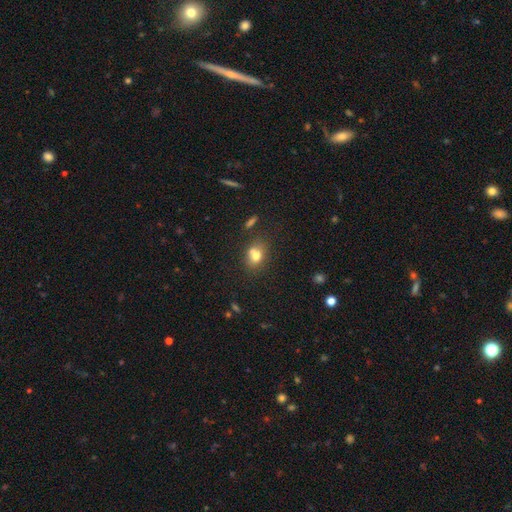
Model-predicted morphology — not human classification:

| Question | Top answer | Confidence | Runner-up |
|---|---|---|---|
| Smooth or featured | smooth | 71% | featured or disk (16%) |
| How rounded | in between | 51% | round (48%) |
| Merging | none | 49% | merger (33%) |